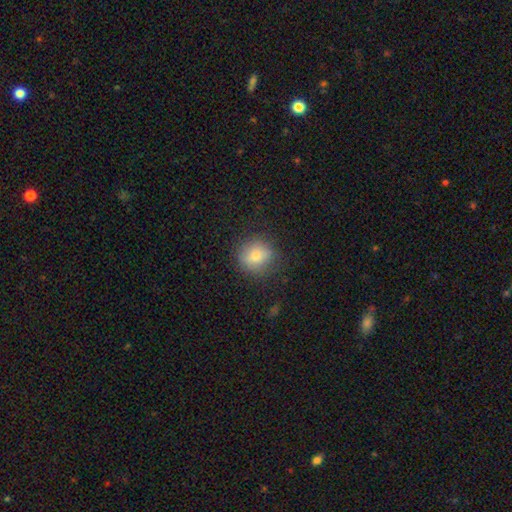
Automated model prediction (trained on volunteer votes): smooth-or-featured: smooth: 80% | star or artifact: 10% | featured or disk: 10%
  how-rounded: round: 83% | in between: 16% | cigar-shaped: 1%
  merging: none: 82% | minor disturbance: 13% | major disturbance: 4% | merger: 1%